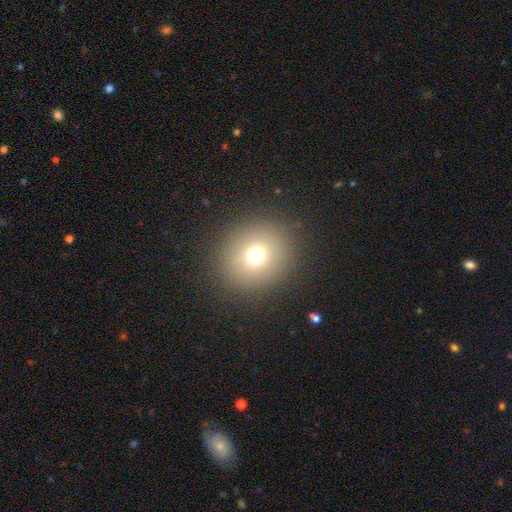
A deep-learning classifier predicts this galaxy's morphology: smooth 72%, star or artifact 17%, featured or disk 11%. Down the decision tree: how rounded — round (86%); merging — none (89%).